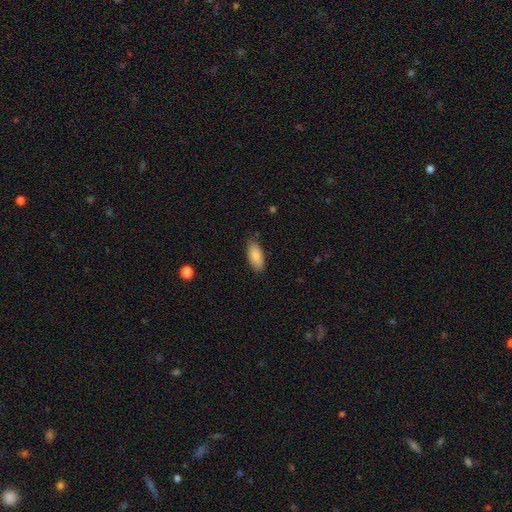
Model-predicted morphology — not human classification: smooth-or-featured: smooth: 85% | featured or disk: 9% | star or artifact: 6%
  how-rounded: in between: 86% | cigar-shaped: 12% | round: 2%
  merging: none: 83% | minor disturbance: 13% | major disturbance: 2% | merger: 1%